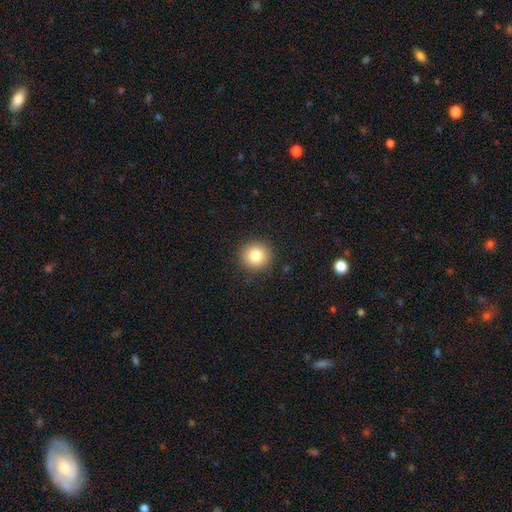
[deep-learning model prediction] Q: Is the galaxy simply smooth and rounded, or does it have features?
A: smooth — 83%.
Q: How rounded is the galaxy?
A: round — 93%.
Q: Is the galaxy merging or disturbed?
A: none — 91%.